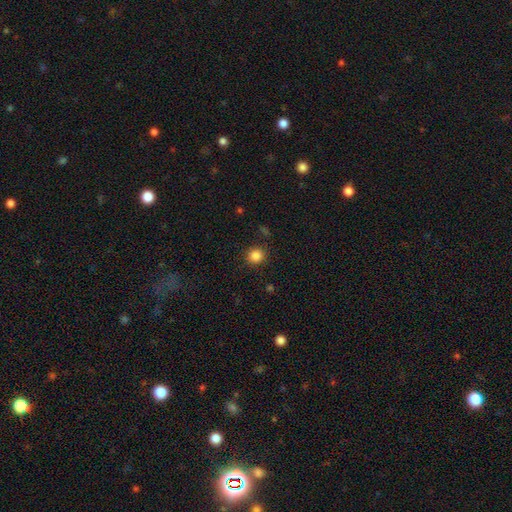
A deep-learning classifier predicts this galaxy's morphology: The model was most divided on "smooth or featured": smooth: 85%, star or artifact: 11%, featured or disk: 4%. More confident: how rounded — round (92%); merging — none (89%).